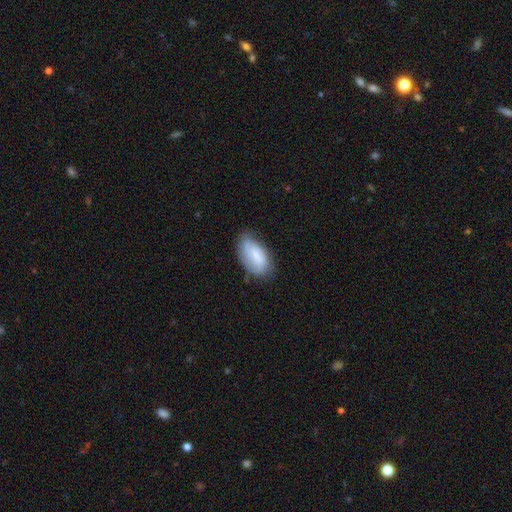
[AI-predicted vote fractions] smooth-or-featured: smooth: 56% | featured or disk: 37% | star or artifact: 7%
  how-rounded: in between: 93% | round: 4% | cigar-shaped: 3%
  merging: none: 58% | minor disturbance: 31% | major disturbance: 9% | merger: 2%